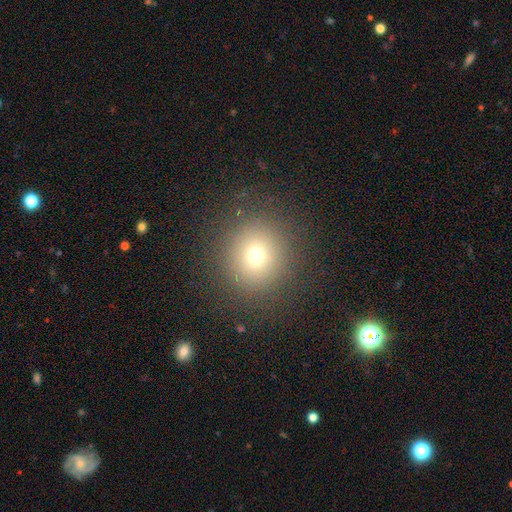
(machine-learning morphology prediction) Smooth or featured: smooth — 71% (star or artifact — 18%)
How rounded: round — 93% (in between — 6%)
Merging: none — 87% (minor disturbance — 7%)